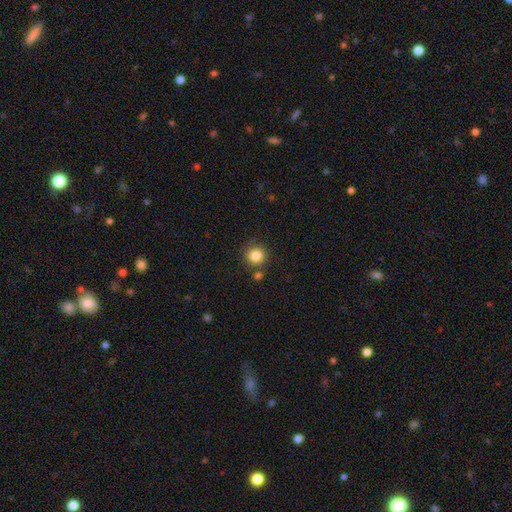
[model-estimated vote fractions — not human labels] This appears to be a smooth galaxy with no disk features (84%) that is round (93%). Merging: none (78%).